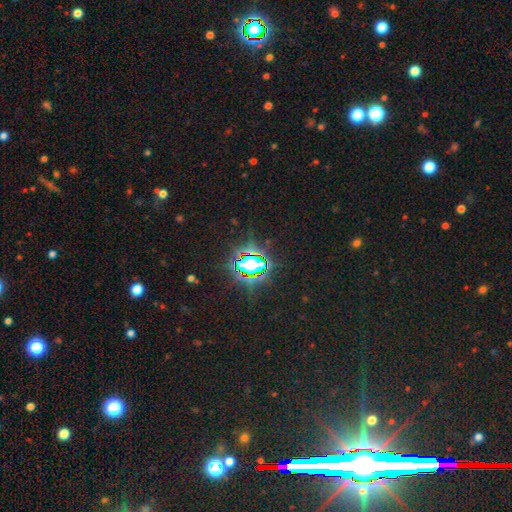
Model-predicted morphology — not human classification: This appears to be a star or artifact, not a galaxy (80%).